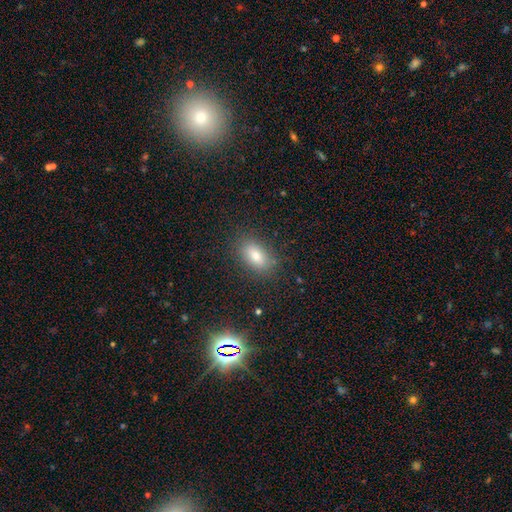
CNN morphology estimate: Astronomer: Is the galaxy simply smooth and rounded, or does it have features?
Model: smooth — 76%.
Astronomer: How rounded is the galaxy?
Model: in between — 86%.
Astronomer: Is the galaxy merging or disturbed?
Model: none — 85%.